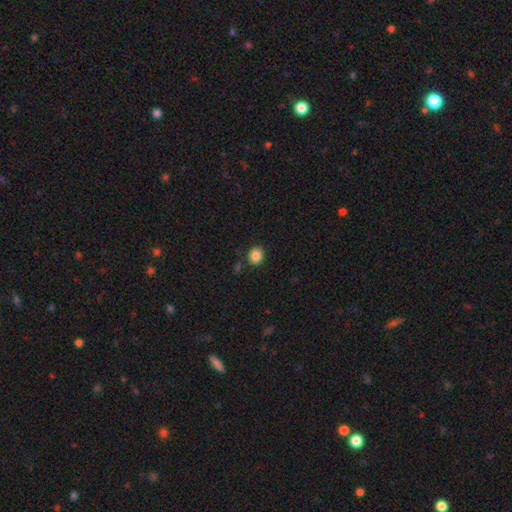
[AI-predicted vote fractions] Smooth or featured: smooth — 86% (star or artifact — 10%)
How rounded: round — 77% (in between — 22%)
Merging: none — 86% (minor disturbance — 8%)